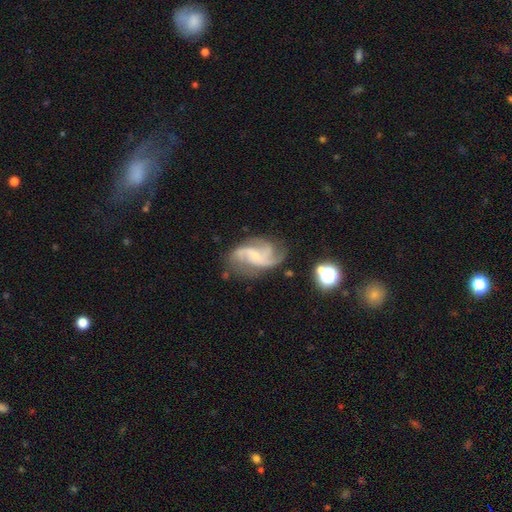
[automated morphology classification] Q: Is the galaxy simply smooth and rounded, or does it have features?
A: featured or disk — 84%.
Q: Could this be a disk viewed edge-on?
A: no — 98%.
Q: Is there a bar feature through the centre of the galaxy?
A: no — 52%.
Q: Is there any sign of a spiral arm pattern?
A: yes — 96%.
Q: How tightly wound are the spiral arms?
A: medium — 46%.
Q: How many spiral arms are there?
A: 3 — 45%.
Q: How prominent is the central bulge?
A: small — 63%.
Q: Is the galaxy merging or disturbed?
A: none — 62%.